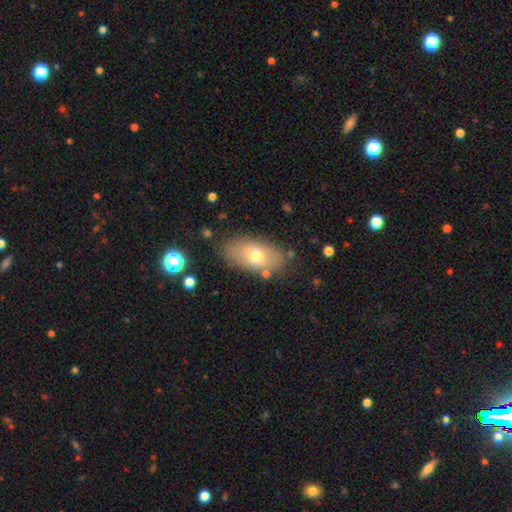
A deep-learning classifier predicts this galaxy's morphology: Smooth or featured?
  - smooth: 67% *
  - featured or disk: 24%
  - star or artifact: 8%
How rounded?
  - in between: 91% *
  - round: 6%
  - cigar-shaped: 3%
Merging?
  - none: 79% *
  - minor disturbance: 13%
  - major disturbance: 4%
  - merger: 3%